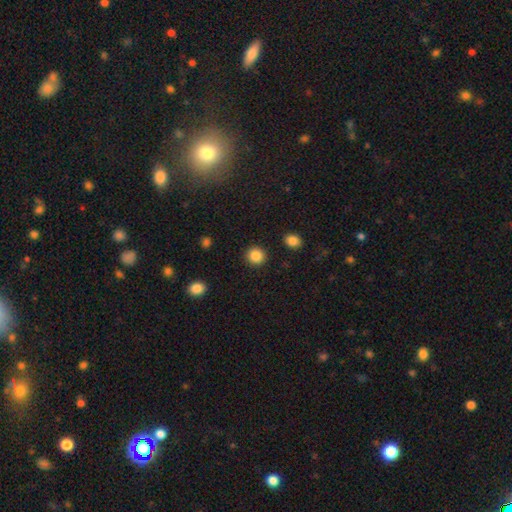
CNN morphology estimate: Smooth or featured: smooth — 87% (star or artifact — 9%)
How rounded: round — 90% (in between — 9%)
Merging: none — 91% (minor disturbance — 5%)